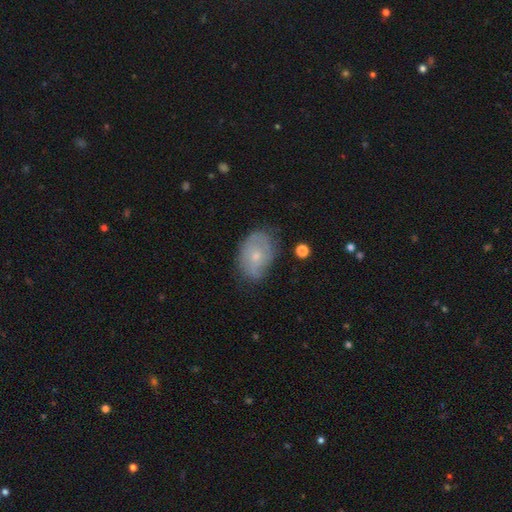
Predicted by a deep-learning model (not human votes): Smooth or featured?
  - featured or disk: 48% *
  - smooth: 44%
  - star or artifact: 8%
Merging?
  - none: 65% *
  - minor disturbance: 26%
  - major disturbance: 7%
  - merger: 2%